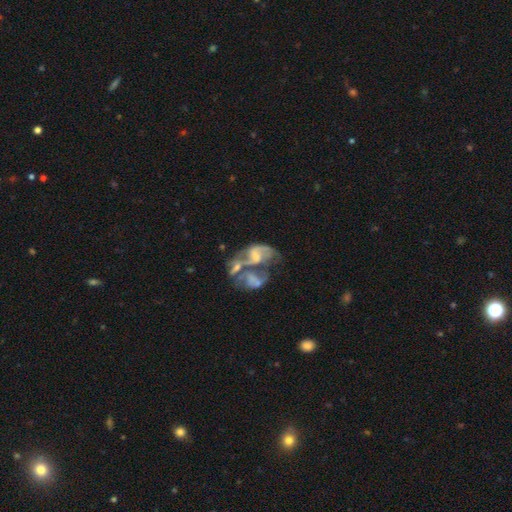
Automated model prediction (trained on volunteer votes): smooth-or-featured: featured or disk: 67% | smooth: 21% | star or artifact: 13%
  disk-edge-on: no: 97% | yes: 3%
    bar: no: 67% | weak: 25% | strong: 8%
    has-spiral-arms: yes: 51% | no: 49%
    bulge-size: none: 36% | moderate: 28% | small: 28% | large: 6% | dominant: 2%
  merging: merger: 62% | major disturbance: 19% | none: 12% | minor disturbance: 7%